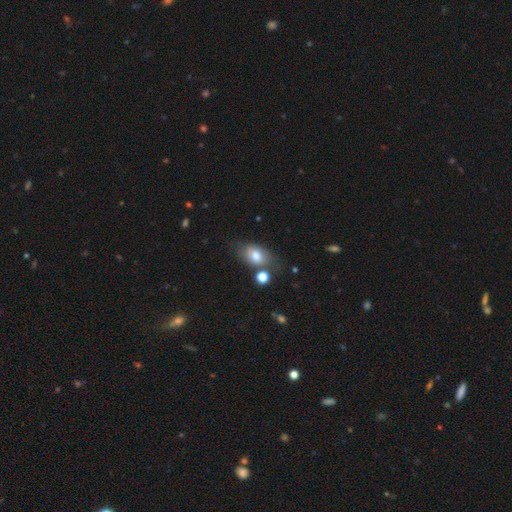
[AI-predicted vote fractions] Smooth or featured? smooth (74%)
How rounded? in between (84%)
Merging? none (62%)